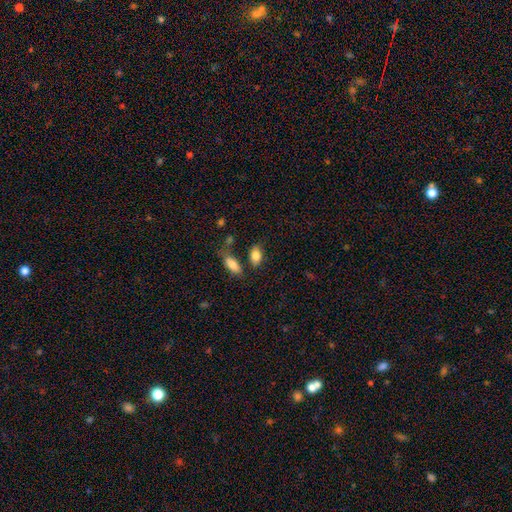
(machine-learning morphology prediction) Smooth or featured?
  - smooth: 82% *
  - featured or disk: 10%
  - star or artifact: 7%
How rounded?
  - in between: 89% *
  - cigar-shaped: 6%
  - round: 6%
Merging?
  - none: 70% *
  - minor disturbance: 14%
  - merger: 11%
  - major disturbance: 4%